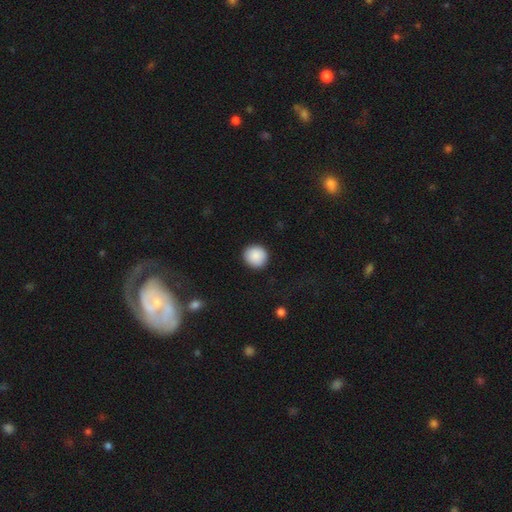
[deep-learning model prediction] Smooth or featured: smooth — 90% (star or artifact — 7%)
How rounded: round — 91% (in between — 8%)
Merging: none — 91% (minor disturbance — 6%)